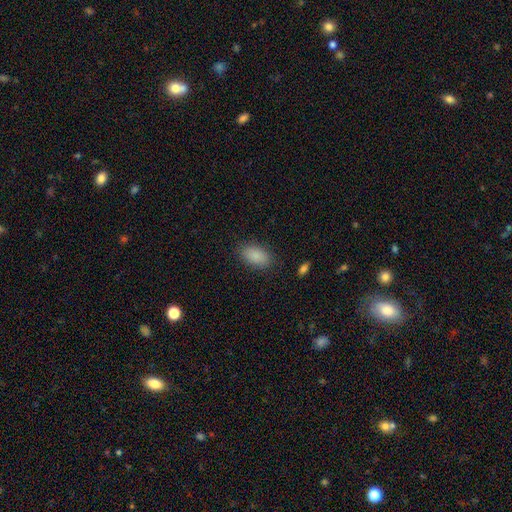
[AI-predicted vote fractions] The model was most divided on "merging": none: 86%, minor disturbance: 10%, major disturbance: 3%, merger: 1%. More confident: how rounded — in between (92%); smooth or featured — smooth (88%).